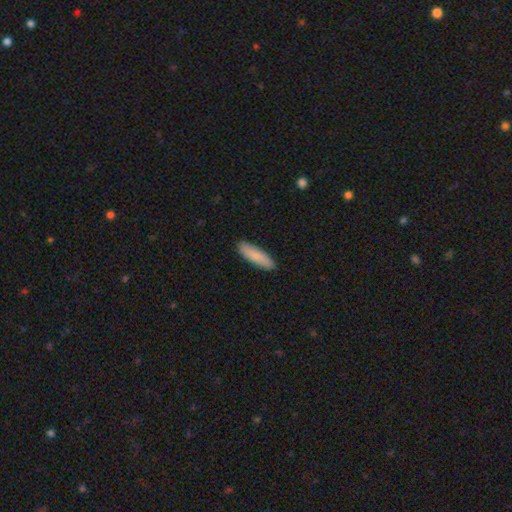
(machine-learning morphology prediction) Smooth or featured? Predicted: smooth (p=0.85). How rounded? Predicted: cigar-shaped (p=0.61). Merging? Predicted: none (p=0.90).